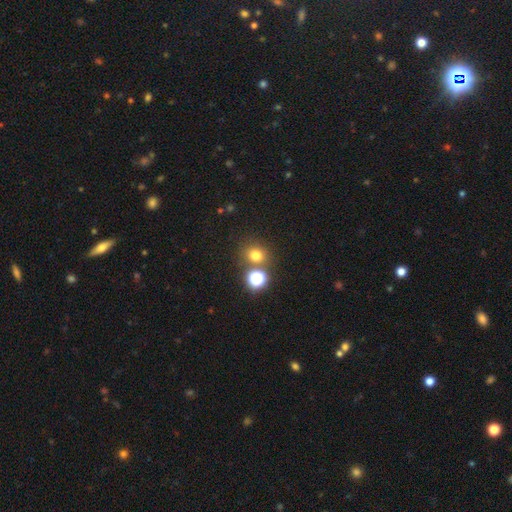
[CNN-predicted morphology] Overall: smooth (71%). How rounded: round (79%). Merging: none (71%).